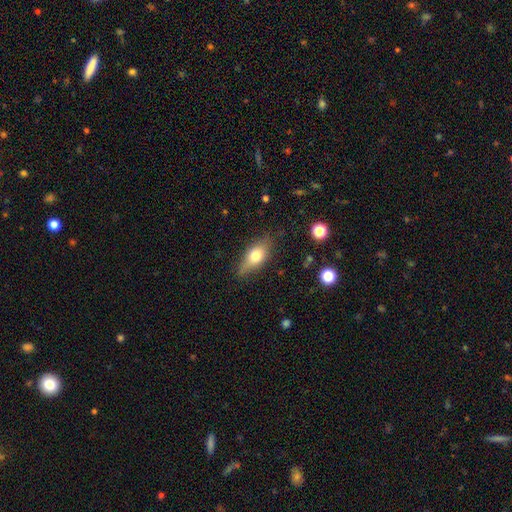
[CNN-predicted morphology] smooth_or_featured: smooth (p=0.67) [alt: featured or disk p=0.25]
how_rounded: in between (p=0.77) [alt: cigar-shaped p=0.16]
merging: none (p=0.73) [alt: minor disturbance p=0.21]